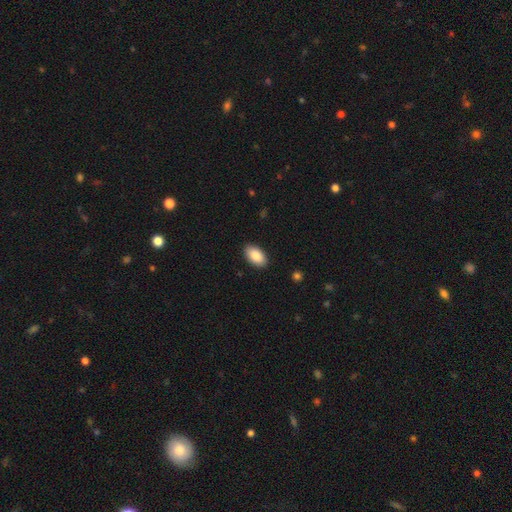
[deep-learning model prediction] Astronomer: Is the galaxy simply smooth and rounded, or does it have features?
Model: smooth — 88%.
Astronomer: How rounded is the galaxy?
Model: in between — 95%.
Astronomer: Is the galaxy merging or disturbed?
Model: none — 89%.